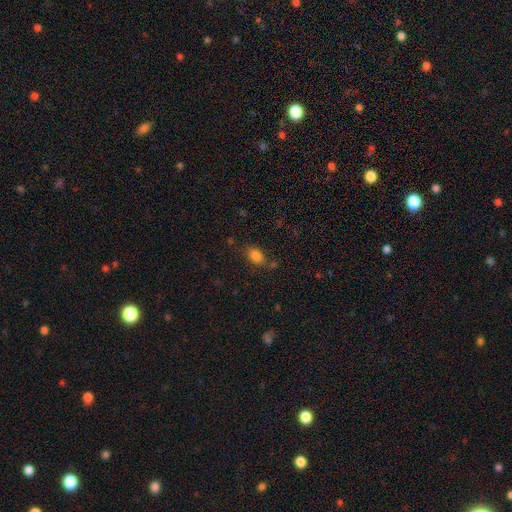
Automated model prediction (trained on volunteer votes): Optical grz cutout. It shows a smooth galaxy with no disk features (83%) that is in between round and cigar-shaped (82%). Merging: none (73%).